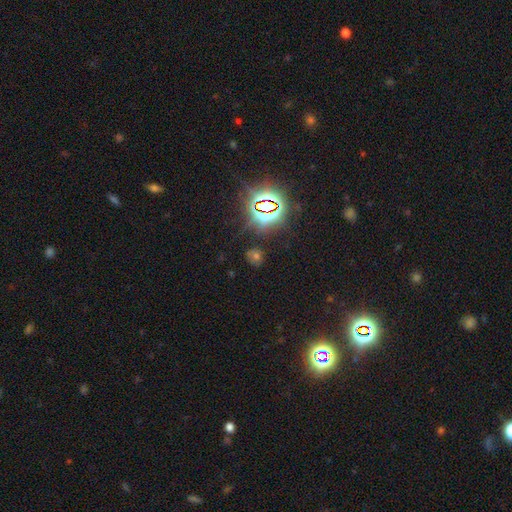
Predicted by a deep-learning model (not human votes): A star or artifact, not a galaxy (51%).

Vote fractions:
- Smooth or featured? star or artifact: 51% / smooth: 38% / featured or disk: 11%